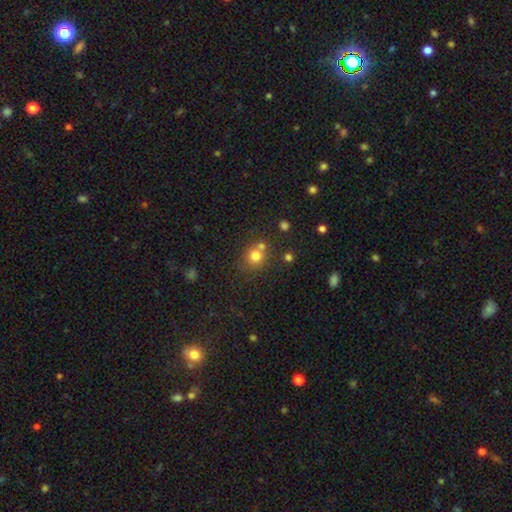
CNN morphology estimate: The model was most divided on "merging": none: 58%, merger: 28%, minor disturbance: 10%, major disturbance: 4%. More confident: how rounded — round (82%); smooth or featured — smooth (76%).